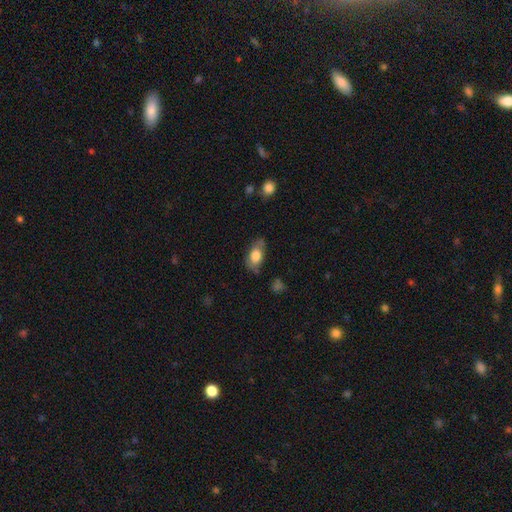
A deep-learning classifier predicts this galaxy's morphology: smooth_or_featured: smooth (p=0.72) [alt: featured or disk p=0.21]
how_rounded: in between (p=0.88) [alt: round p=0.07]
merging: none (p=0.65) [alt: minor disturbance p=0.26]